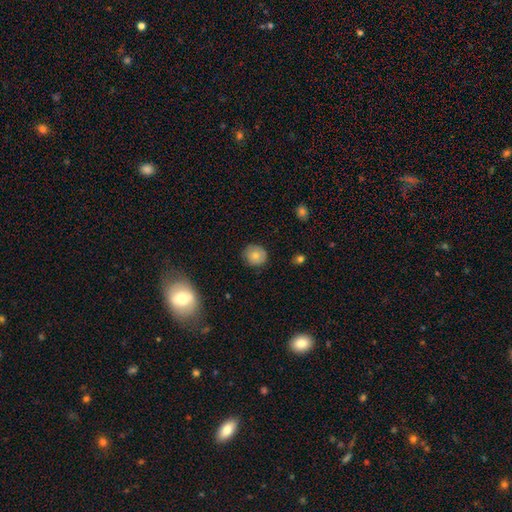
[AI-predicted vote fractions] Smooth or featured? Predicted: smooth (p=0.77). How rounded? Predicted: round (p=0.85). Merging? Predicted: none (p=0.85).